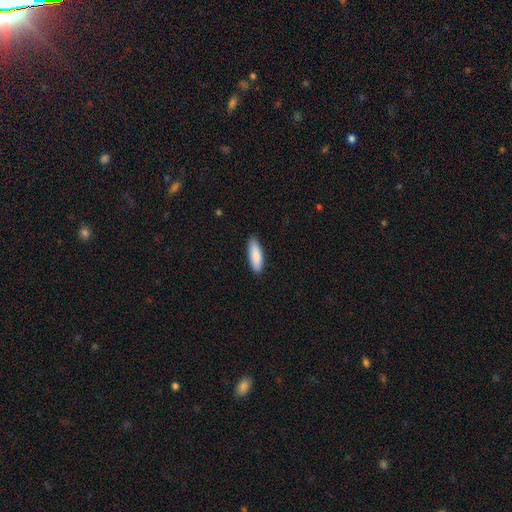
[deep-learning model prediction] Smooth or featured?
  - smooth: 88% *
  - featured or disk: 6%
  - star or artifact: 5%
How rounded?
  - in between: 56% *
  - cigar-shaped: 42%
  - round: 2%
Merging?
  - none: 89% *
  - minor disturbance: 8%
  - major disturbance: 2%
  - merger: 1%